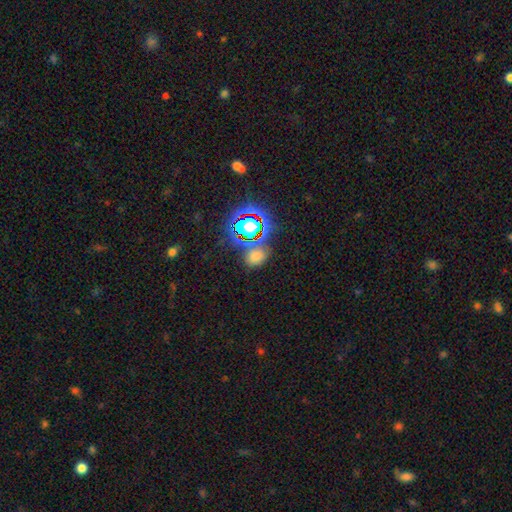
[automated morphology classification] The model was most divided on "how rounded": in between: 55%, round: 44%, cigar-shaped: 2%. More confident: merging — none (67%); smooth or featured — smooth (55%).